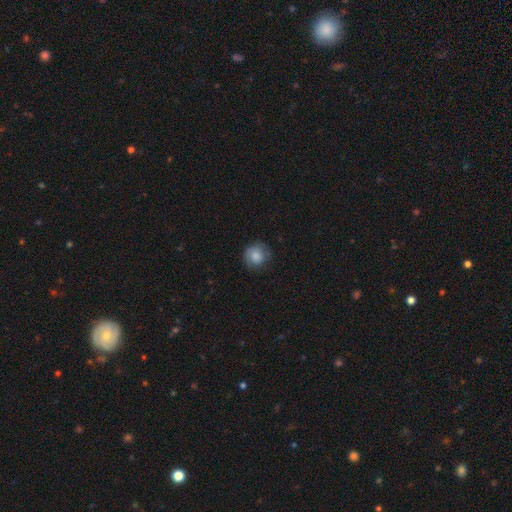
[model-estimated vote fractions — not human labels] This is likely a smooth galaxy (80%). How rounded: clearly round (88%). Merging: likely none (73%).